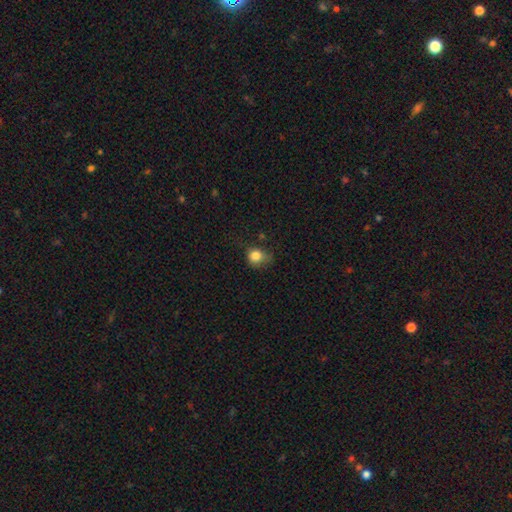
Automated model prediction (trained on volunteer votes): This appears to be a smooth galaxy with no disk features (82%) that is round (69%). Merging: none (50%).